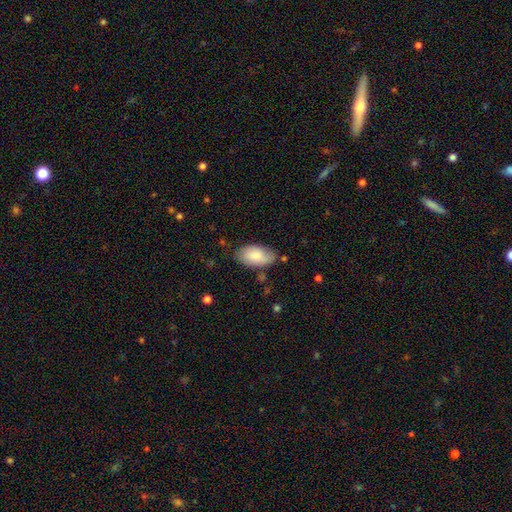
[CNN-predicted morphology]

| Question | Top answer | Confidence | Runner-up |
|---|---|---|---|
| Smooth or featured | smooth | 80% | featured or disk (14%) |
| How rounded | in between | 95% | round (3%) |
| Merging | none | 74% | minor disturbance (20%) |